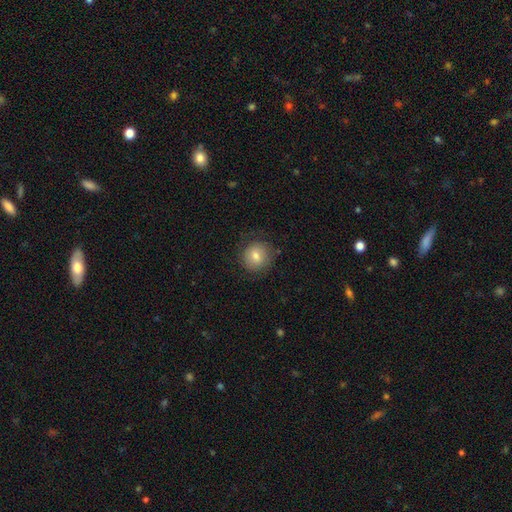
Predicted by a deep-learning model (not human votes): Smooth or featured?
  - smooth: 75% *
  - featured or disk: 15%
  - star or artifact: 10%
How rounded?
  - round: 88% *
  - in between: 11%
  - cigar-shaped: 1%
Merging?
  - none: 80% *
  - minor disturbance: 14%
  - major disturbance: 6%
  - merger: 1%